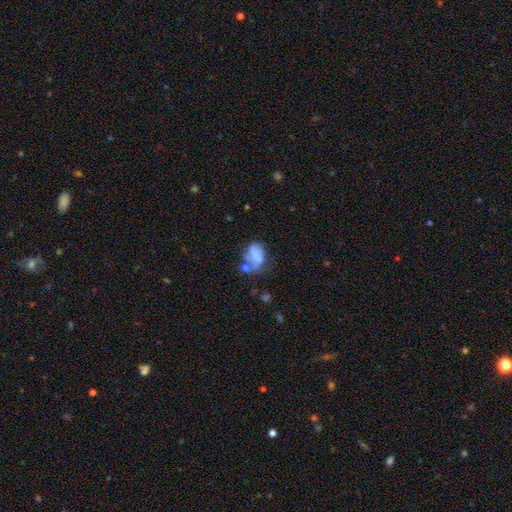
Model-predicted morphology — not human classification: type=smooth (58%); roundness=in between (77%); merging=none (29%).